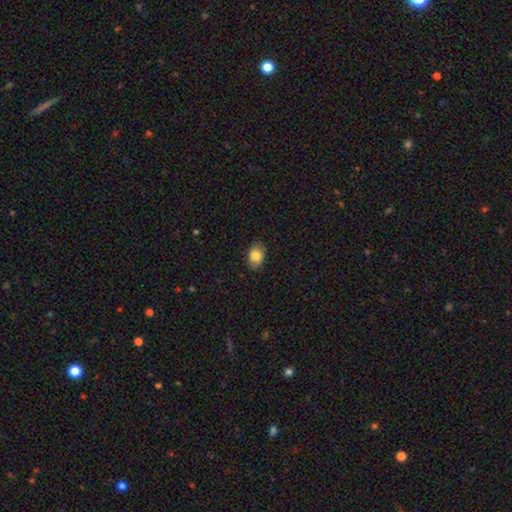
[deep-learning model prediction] Q: Smooth or featured?
A: smooth (82%); runner-up: featured or disk (10%)
Q: How rounded?
A: in between (81%); runner-up: round (18%)
Q: Merging?
A: none (83%); runner-up: minor disturbance (13%)